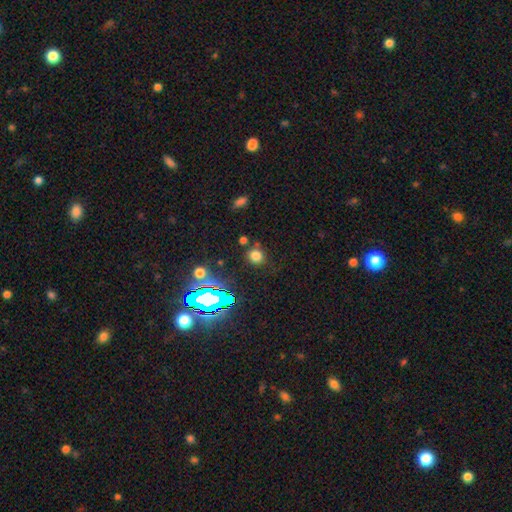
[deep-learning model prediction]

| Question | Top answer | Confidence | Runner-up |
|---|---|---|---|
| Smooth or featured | smooth | 70% | star or artifact (23%) |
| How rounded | round | 83% | in between (16%) |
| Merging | none | 80% | minor disturbance (10%) |